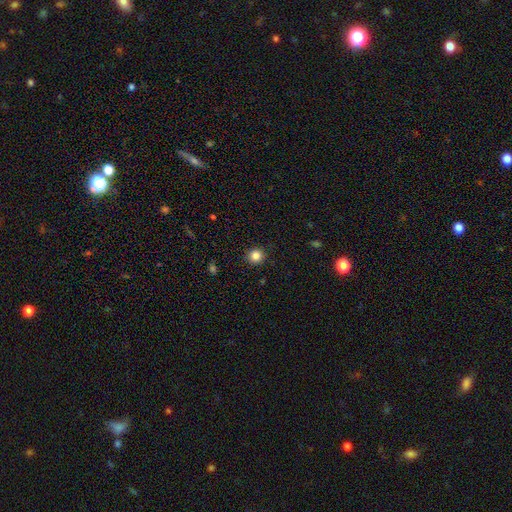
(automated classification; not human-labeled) Smooth or featured? smooth (84%)
How rounded? round (92%)
Merging? none (92%)